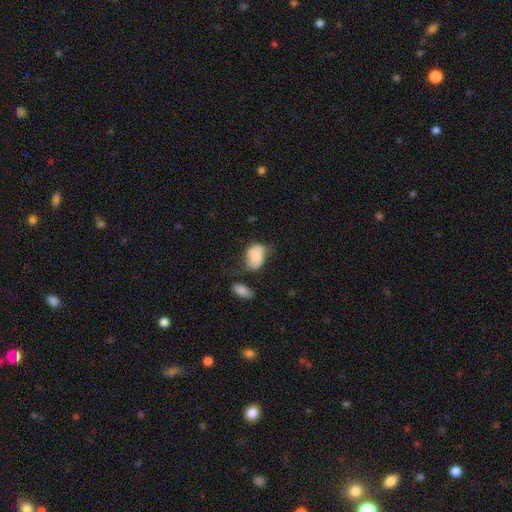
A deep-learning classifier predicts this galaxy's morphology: This is likely a smooth galaxy (70%). How rounded: likely in between (79%). Merging: marginally none (36%).